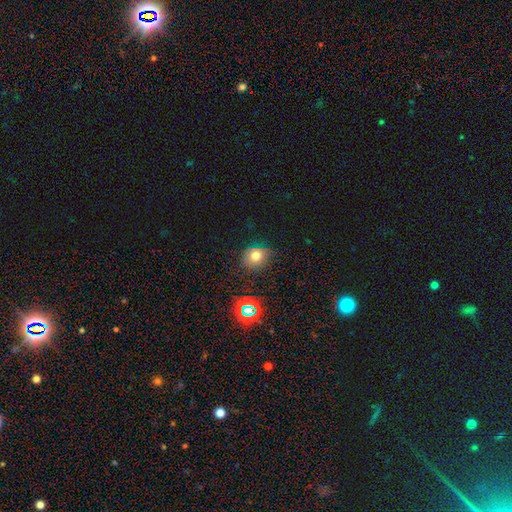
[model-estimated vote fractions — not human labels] Morphology: type=smooth (70%); roundness=round (65%); merging=none (77%).